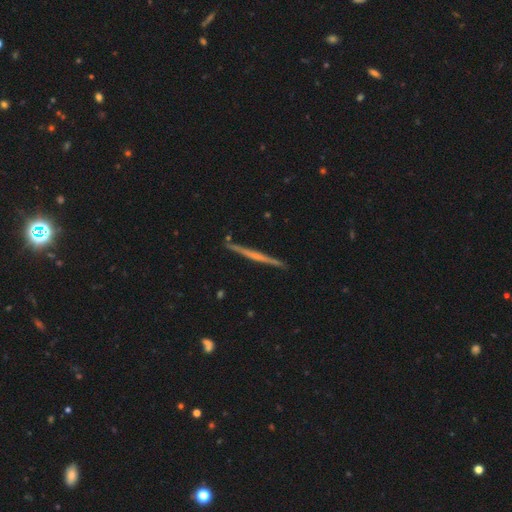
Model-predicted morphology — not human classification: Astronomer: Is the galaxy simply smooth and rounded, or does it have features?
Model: featured or disk — 69%.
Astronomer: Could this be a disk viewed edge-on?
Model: yes — 98%.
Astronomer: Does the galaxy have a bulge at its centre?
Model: none — 63%.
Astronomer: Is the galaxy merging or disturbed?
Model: none — 90%.